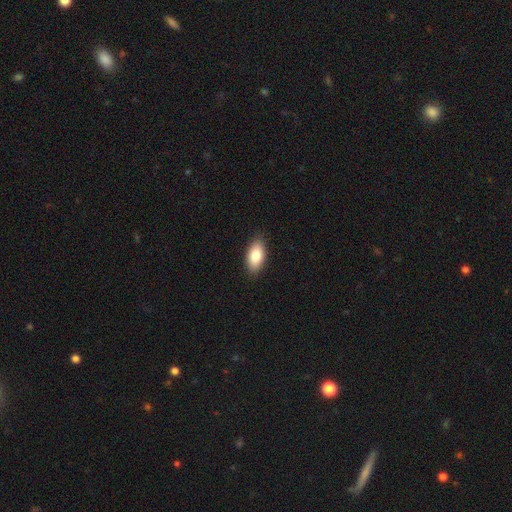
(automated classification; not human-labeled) smooth_or_featured: smooth (p=0.84) [alt: featured or disk p=0.09]
how_rounded: in between (p=0.92) [alt: cigar-shaped p=0.05]
merging: none (p=0.88) [alt: minor disturbance p=0.09]